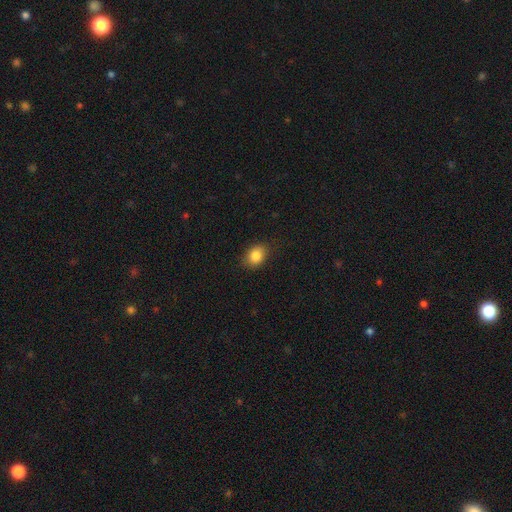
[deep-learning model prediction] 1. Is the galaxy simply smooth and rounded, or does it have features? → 84% smooth, 9% star or artifact, 7% featured or disk.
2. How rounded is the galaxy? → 64% in between, 35% round, 1% cigar-shaped.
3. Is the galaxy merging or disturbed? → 83% none, 13% minor disturbance, 3% major disturbance, 1% merger.